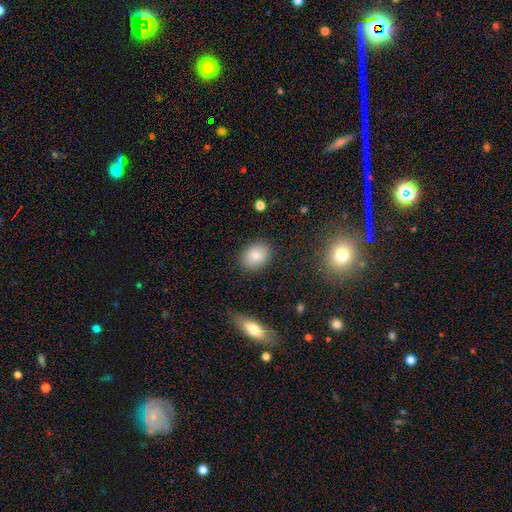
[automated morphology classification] Smooth or featured: smooth — 83% (featured or disk — 8%)
How rounded: in between — 66% (round — 33%)
Merging: none — 87% (minor disturbance — 9%)